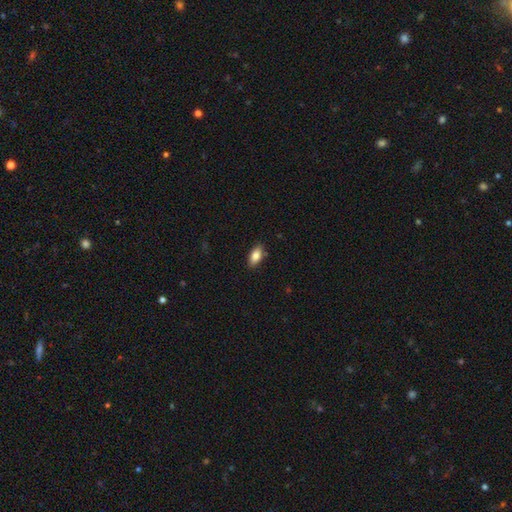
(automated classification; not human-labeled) Q: Smooth or featured?
A: smooth (82%); runner-up: featured or disk (11%)
Q: How rounded?
A: in between (89%); runner-up: cigar-shaped (8%)
Q: Merging?
A: none (86%); runner-up: minor disturbance (11%)